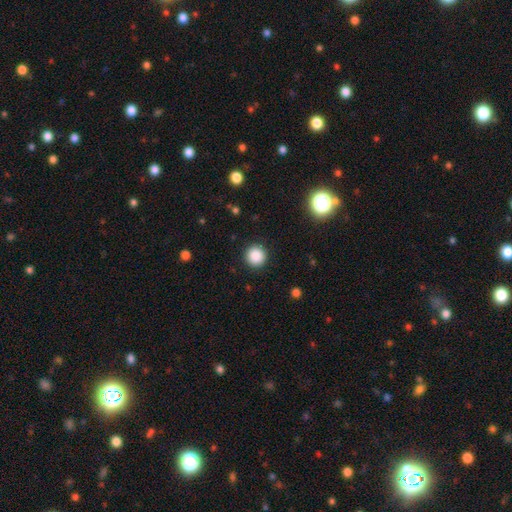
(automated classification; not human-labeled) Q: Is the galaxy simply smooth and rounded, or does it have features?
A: smooth — 87%.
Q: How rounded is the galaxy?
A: round — 95%.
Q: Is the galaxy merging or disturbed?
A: none — 92%.